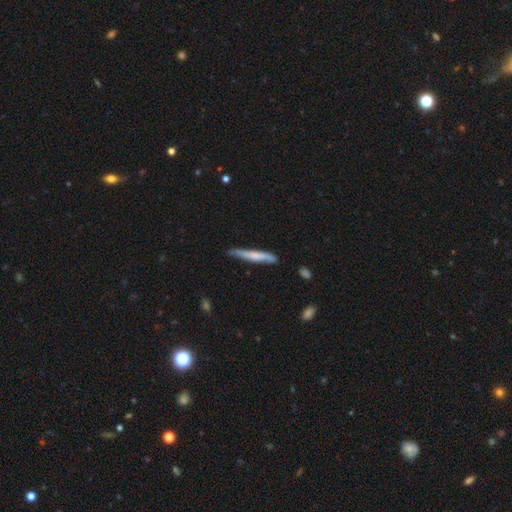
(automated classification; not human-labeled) This is possibly a smooth galaxy (56%). How rounded: clearly cigar-shaped (94%). Merging: likely none (71%).